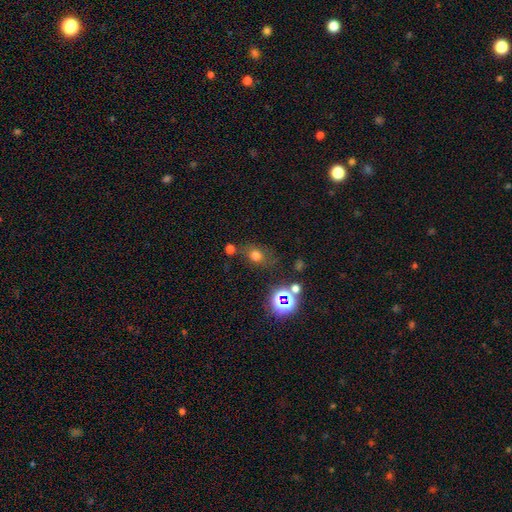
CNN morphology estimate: This is likely a smooth galaxy (65%). How rounded: possibly round (56%). Merging: likely none (68%).